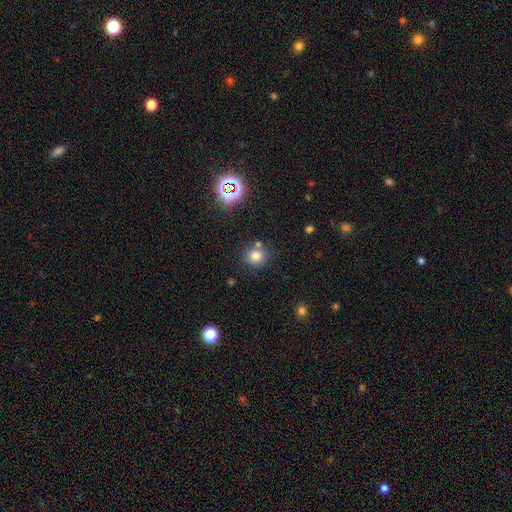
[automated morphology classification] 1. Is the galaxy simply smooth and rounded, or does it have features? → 77% smooth, 15% star or artifact, 8% featured or disk.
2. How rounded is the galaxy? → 88% round, 11% in between, 1% cigar-shaped.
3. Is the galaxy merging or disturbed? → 75% none, 12% merger, 10% minor disturbance, 3% major disturbance.